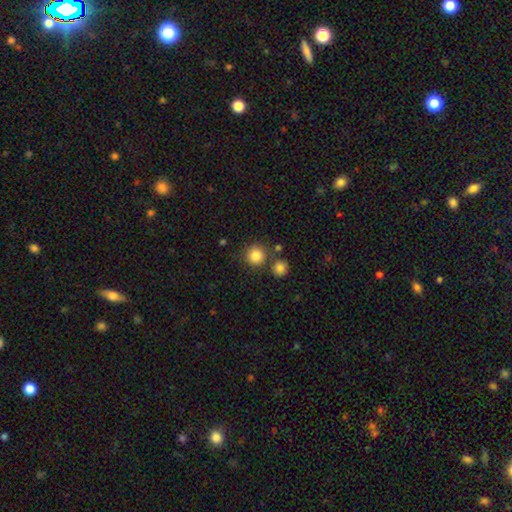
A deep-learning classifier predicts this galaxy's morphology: smooth-or-featured: smooth: 84% | star or artifact: 11% | featured or disk: 5%
  how-rounded: round: 93% | in between: 6% | cigar-shaped: 1%
  merging: none: 77% | merger: 11% | minor disturbance: 8% | major disturbance: 3%